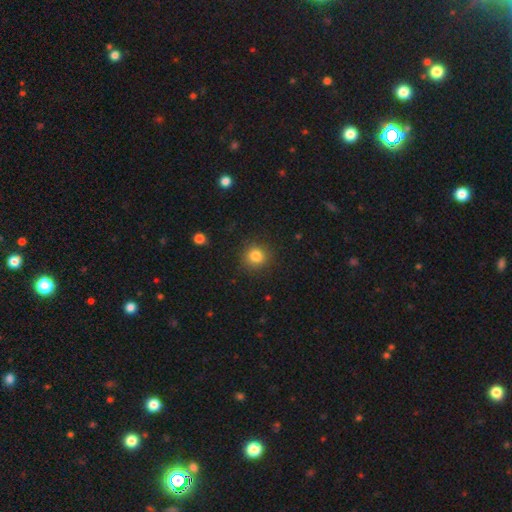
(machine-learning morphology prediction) smooth 83%, star or artifact 12%, featured or disk 5%. Down the decision tree: how rounded — round (87%); merging — none (87%).